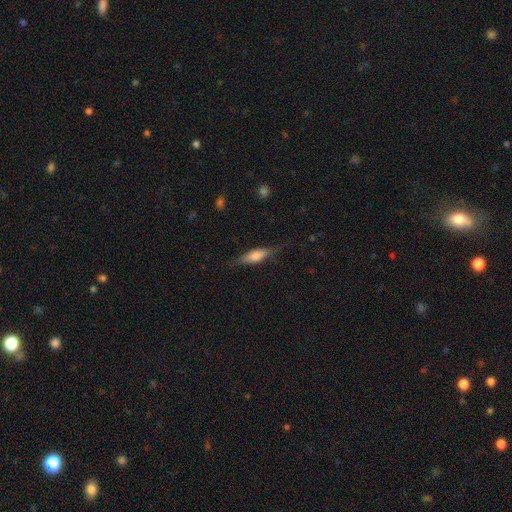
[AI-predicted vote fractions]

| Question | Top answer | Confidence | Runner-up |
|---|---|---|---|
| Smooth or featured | smooth | 59% | featured or disk (34%) |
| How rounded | cigar-shaped | 55% | in between (42%) |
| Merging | none | 76% | minor disturbance (18%) |